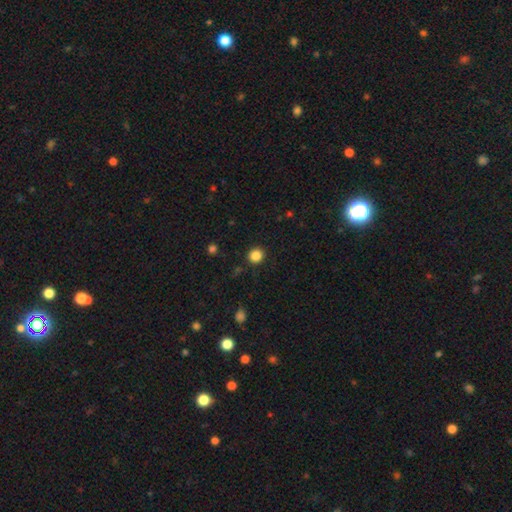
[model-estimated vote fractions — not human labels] smooth-or-featured: smooth: 85% | star or artifact: 11% | featured or disk: 3%
  how-rounded: round: 90% | in between: 9% | cigar-shaped: 1%
  merging: none: 91% | minor disturbance: 6% | major disturbance: 2% | merger: 1%